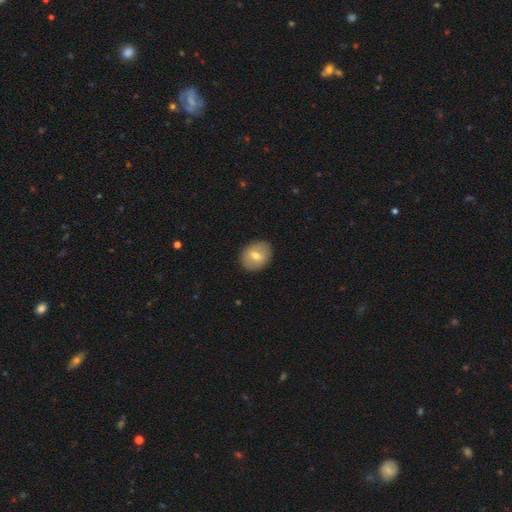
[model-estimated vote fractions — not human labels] Smooth or featured? Predicted: smooth (p=0.62). How rounded? Predicted: in between (p=0.51). Merging? Predicted: none (p=0.87).